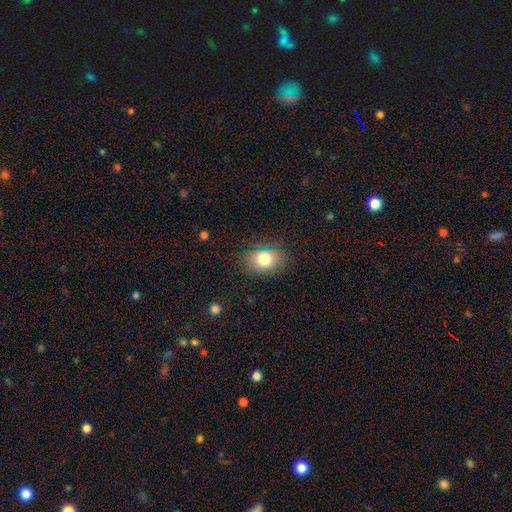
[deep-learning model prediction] Smooth or featured?
  - smooth: 75% *
  - star or artifact: 16%
  - featured or disk: 8%
How rounded?
  - in between: 64% *
  - round: 34%
  - cigar-shaped: 1%
Merging?
  - none: 89% *
  - minor disturbance: 7%
  - major disturbance: 2%
  - merger: 1%